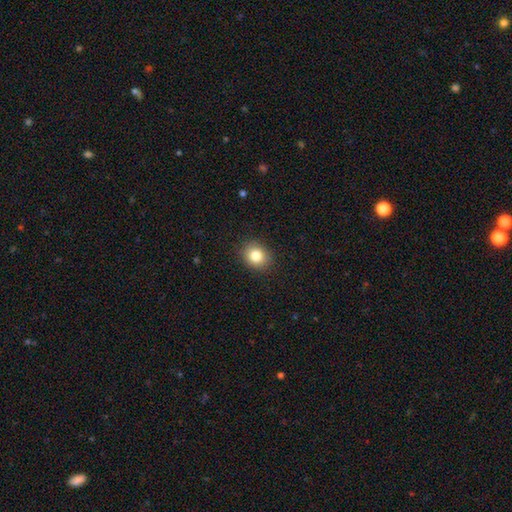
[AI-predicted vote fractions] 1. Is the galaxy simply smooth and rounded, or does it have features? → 83% smooth, 10% star or artifact, 7% featured or disk.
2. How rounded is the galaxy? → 68% round, 31% in between, 1% cigar-shaped.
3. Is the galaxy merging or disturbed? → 90% none, 7% minor disturbance, 2% major disturbance, 1% merger.